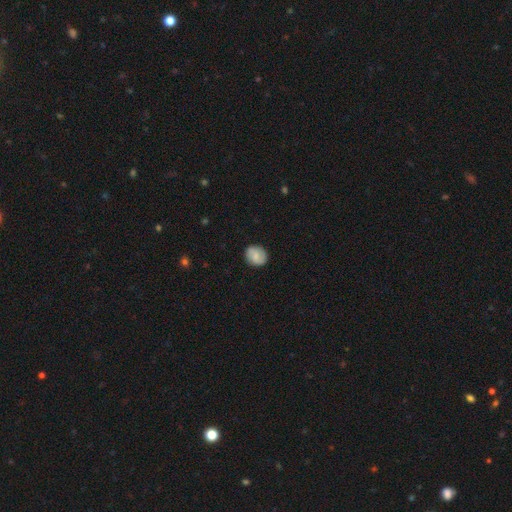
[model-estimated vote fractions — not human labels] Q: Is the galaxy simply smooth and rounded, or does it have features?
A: smooth — 68%.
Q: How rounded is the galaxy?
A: round — 68%.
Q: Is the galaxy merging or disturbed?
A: none — 87%.